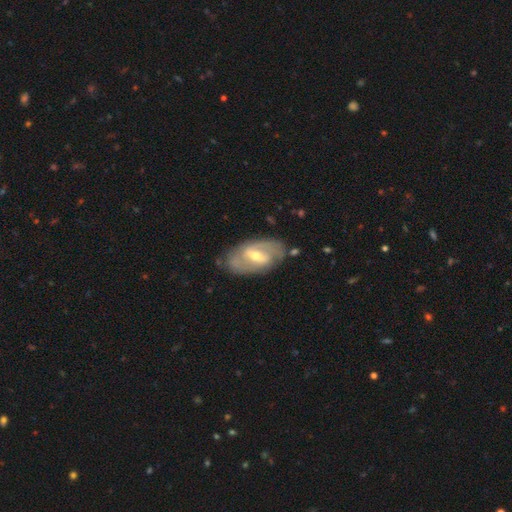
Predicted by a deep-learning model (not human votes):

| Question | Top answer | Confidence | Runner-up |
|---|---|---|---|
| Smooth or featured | featured or disk | 78% | smooth (16%) |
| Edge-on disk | no | 94% | yes (6%) |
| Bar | weak | 46% | strong (41%) |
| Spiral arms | yes | 81% | no (19%) |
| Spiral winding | medium | 41% | tied: tight (41%) |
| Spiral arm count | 2 | 71% | can't tell (18%) |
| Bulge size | moderate | 57% | small (38%) |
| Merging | none | 74% | minor disturbance (18%) |